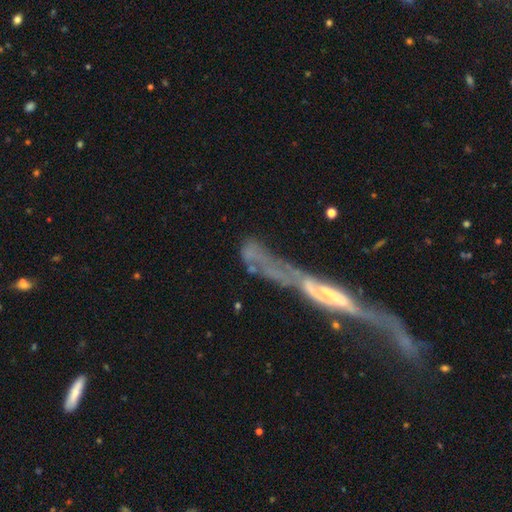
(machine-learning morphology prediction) The model was most divided on "merging": merger: 37%, major disturbance: 29%, none: 22%, minor disturbance: 13%. More confident: edge-on disk — no (64%); smooth or featured — featured or disk (57%).